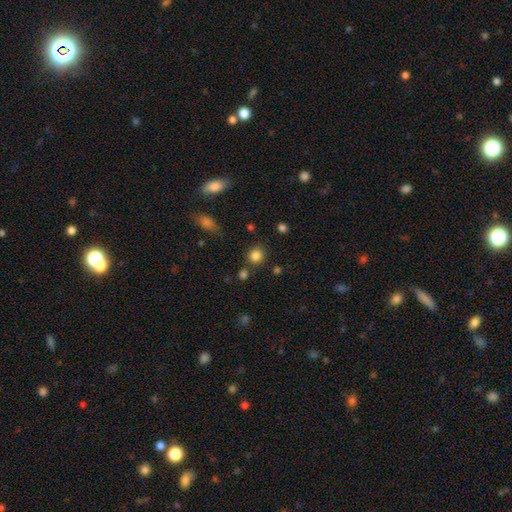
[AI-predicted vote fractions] This appears to be a smooth galaxy with no disk features (84%) that is round (86%). Merging: none (81%).